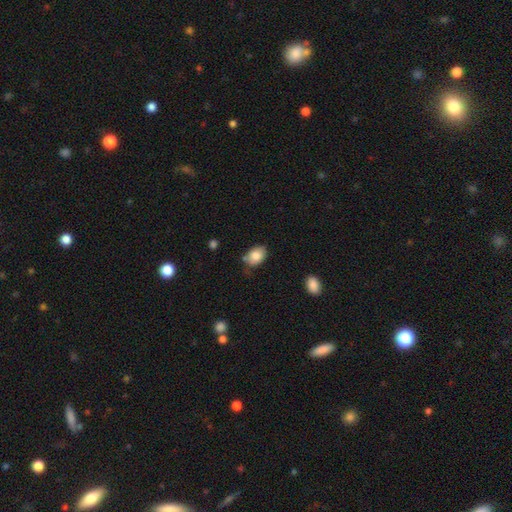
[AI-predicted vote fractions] Smooth or featured? smooth (83%)
How rounded? in between (79%)
Merging? none (62%)